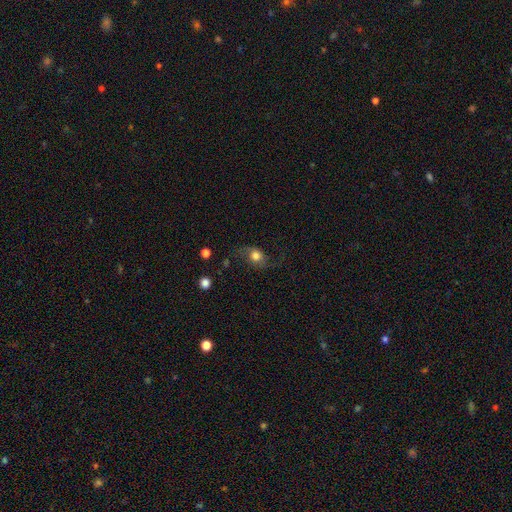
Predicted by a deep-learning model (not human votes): A smooth galaxy with no disk features (55%) that is round (53%). Merging: none (58%).